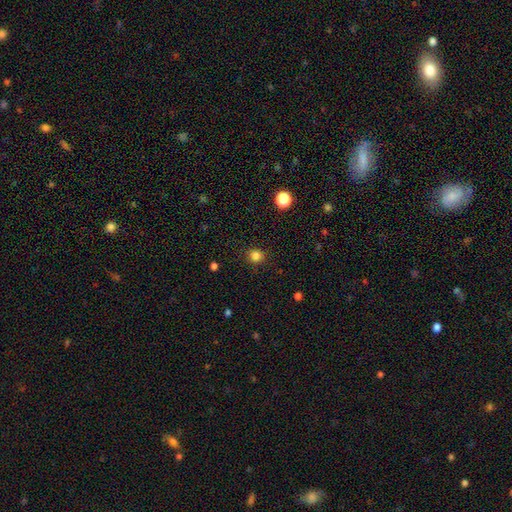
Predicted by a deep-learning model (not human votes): Smooth or featured? Predicted: smooth (p=0.84). How rounded? Predicted: round (p=0.90). Merging? Predicted: none (p=0.90).